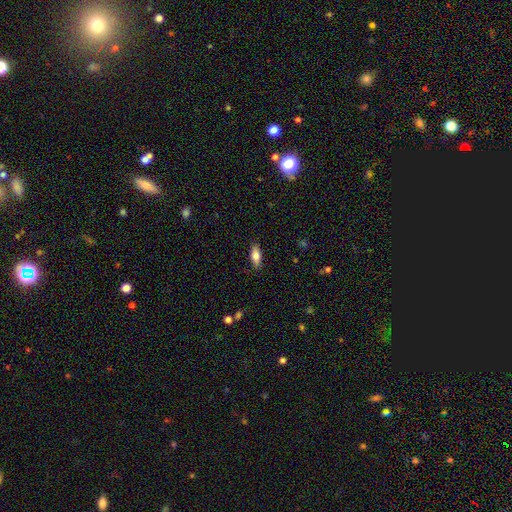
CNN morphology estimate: The model was most divided on "how rounded": in between: 75%, cigar-shaped: 22%, round: 2%. More confident: merging — none (87%); smooth or featured — smooth (78%).